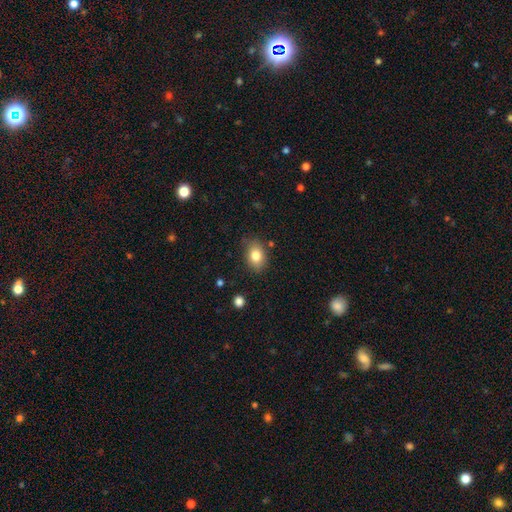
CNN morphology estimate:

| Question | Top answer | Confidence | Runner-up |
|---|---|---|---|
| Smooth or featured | smooth | 81% | featured or disk (10%) |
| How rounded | in between | 74% | round (25%) |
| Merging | none | 79% | minor disturbance (15%) |